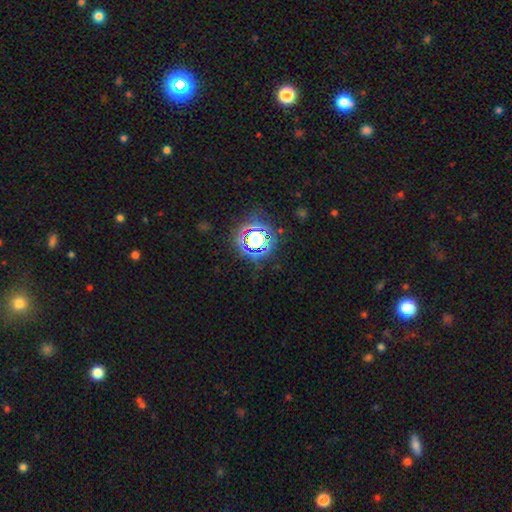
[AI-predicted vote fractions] star or artifact 80%, smooth 13%, featured or disk 7%.